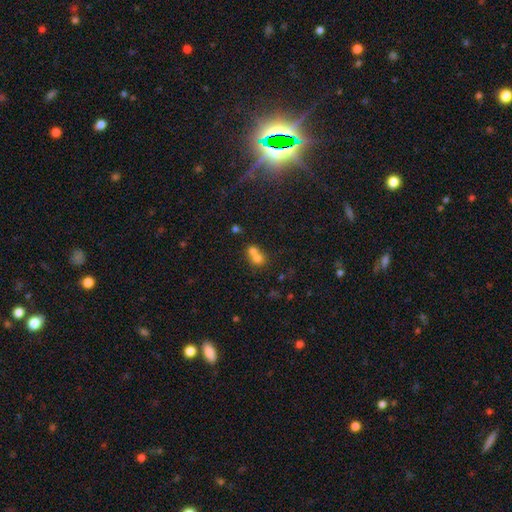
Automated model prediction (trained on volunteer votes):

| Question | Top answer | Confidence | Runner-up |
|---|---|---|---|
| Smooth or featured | smooth | 68% | featured or disk (18%) |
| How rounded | round | 70% | in between (29%) |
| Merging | merger | 67% | none (25%) |